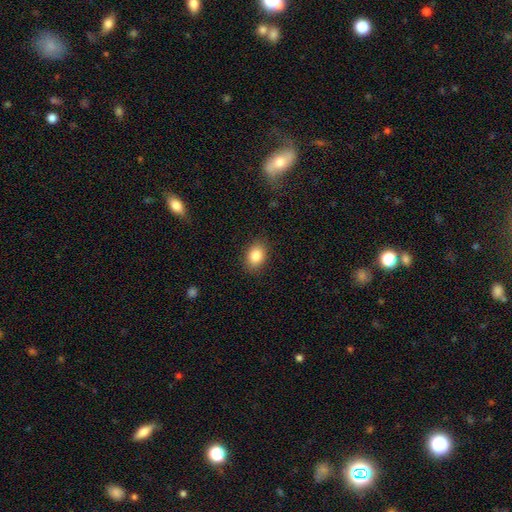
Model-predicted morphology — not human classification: The model was most divided on "how rounded": in between: 70%, round: 29%, cigar-shaped: 1%. More confident: merging — none (86%); smooth or featured — smooth (85%).